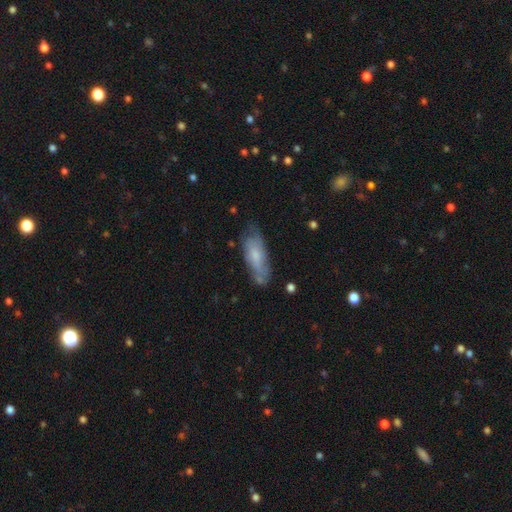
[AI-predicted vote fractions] This is possibly a smooth galaxy (56%). How rounded: likely in between (64%). Merging: likely none (63%).